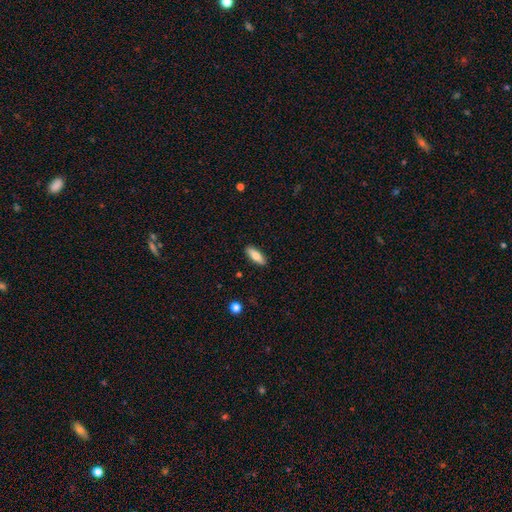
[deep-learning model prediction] A smooth galaxy with no disk features (71%) that is in between round and cigar-shaped (57%). Merging: none (90%).